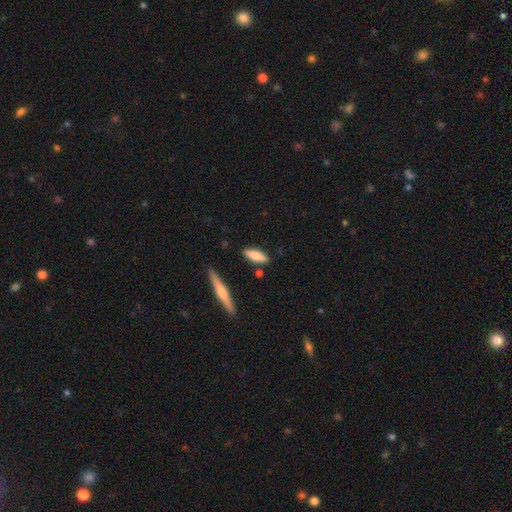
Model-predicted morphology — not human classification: This appears to be a smooth galaxy with no disk features (75%) that is in between round and cigar-shaped (52%). Merging: none (83%).